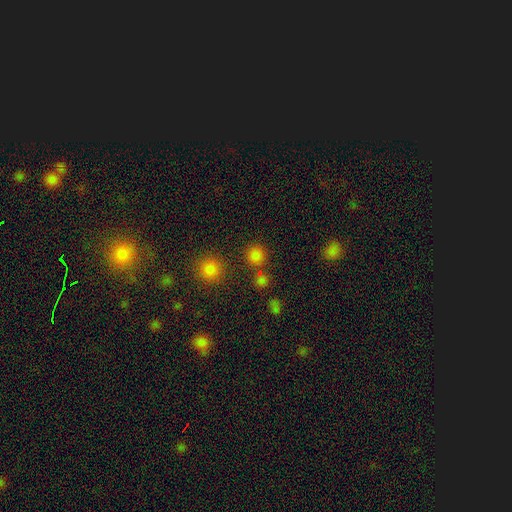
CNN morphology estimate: smooth-or-featured: smooth: 79% | star or artifact: 17% | featured or disk: 4%
  how-rounded: round: 92% | in between: 7% | cigar-shaped: 1%
  merging: none: 81% | merger: 8% | minor disturbance: 7% | major disturbance: 3%